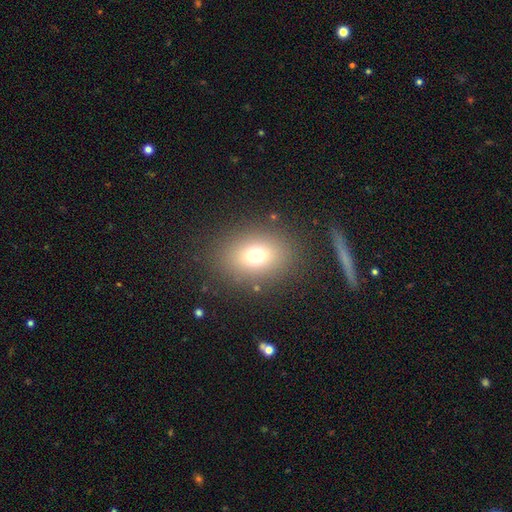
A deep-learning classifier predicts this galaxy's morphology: smooth_or_featured: smooth (p=0.70) [alt: star or artifact p=0.18]
how_rounded: in between (p=0.52) [alt: round p=0.47]
merging: none (p=0.85) [alt: minor disturbance p=0.08]